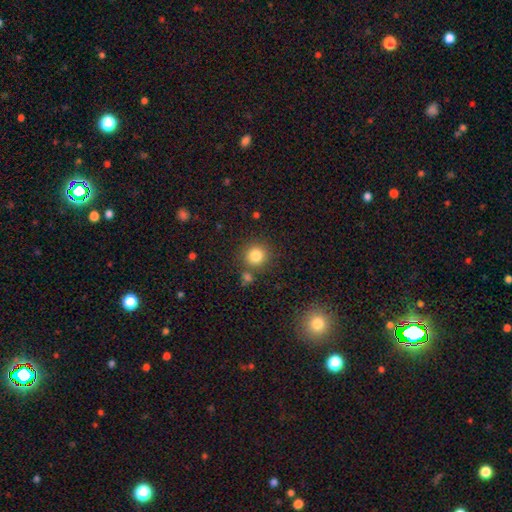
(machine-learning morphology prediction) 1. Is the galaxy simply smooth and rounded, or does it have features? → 83% smooth, 11% star or artifact, 6% featured or disk.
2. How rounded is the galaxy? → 90% round, 9% in between, 1% cigar-shaped.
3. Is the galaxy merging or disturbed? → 79% none, 9% merger, 8% minor disturbance, 3% major disturbance.